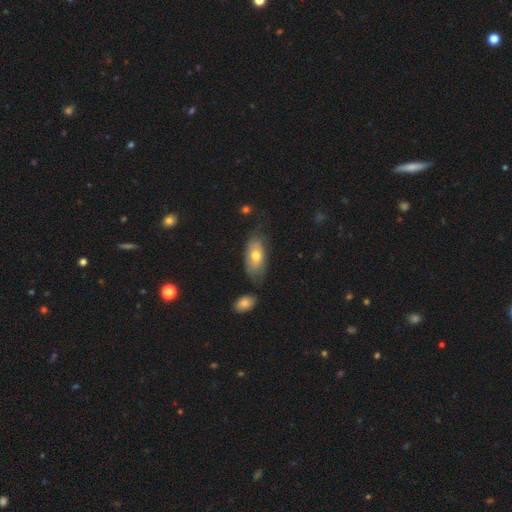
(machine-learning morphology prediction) This appears to be a smooth galaxy with no disk features (67%) that is in between round and cigar-shaped (91%). Merging: none (59%).